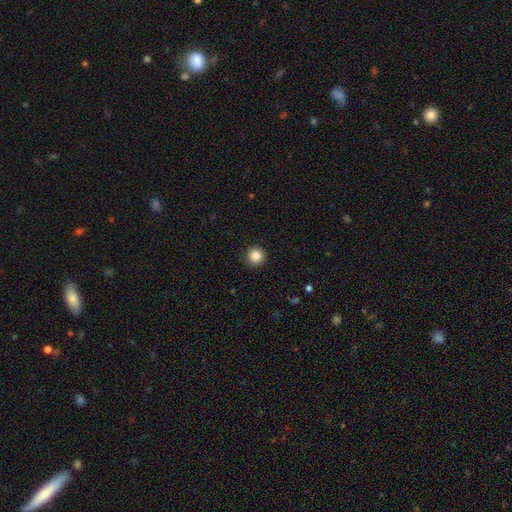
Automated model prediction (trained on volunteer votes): smooth_or_featured: smooth (p=0.86) [alt: star or artifact p=0.10]
how_rounded: round (p=0.95) [alt: in between p=0.04]
merging: none (p=0.92) [alt: minor disturbance p=0.05]